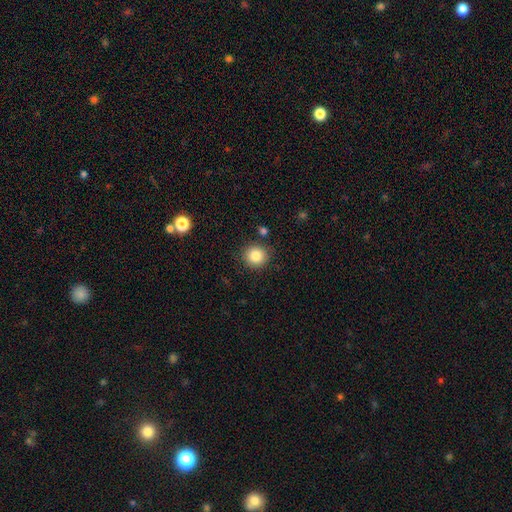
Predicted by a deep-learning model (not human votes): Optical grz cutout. It shows a smooth galaxy with no disk features (83%) that is round (90%). Merging: none (87%).